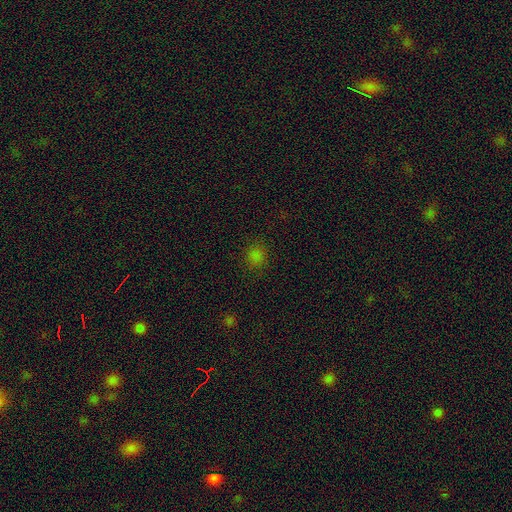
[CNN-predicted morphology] smooth-or-featured: smooth: 76% | star or artifact: 20% | featured or disk: 4%
  how-rounded: round: 83% | in between: 16% | cigar-shaped: 1%
  merging: none: 86% | minor disturbance: 9% | major disturbance: 3% | merger: 1%